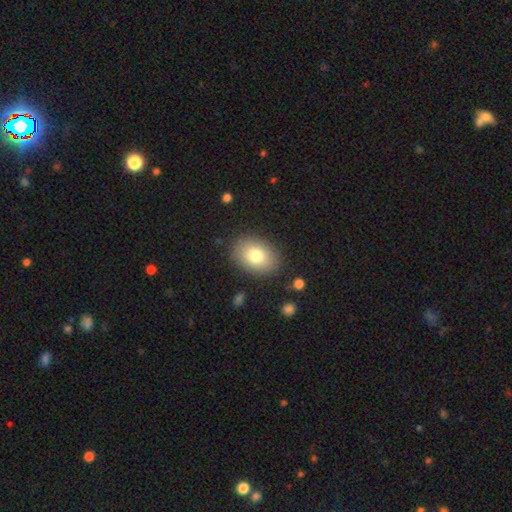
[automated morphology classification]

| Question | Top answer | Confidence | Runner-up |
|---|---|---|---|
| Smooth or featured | smooth | 79% | featured or disk (13%) |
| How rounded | in between | 77% | round (22%) |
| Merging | none | 86% | minor disturbance (10%) |